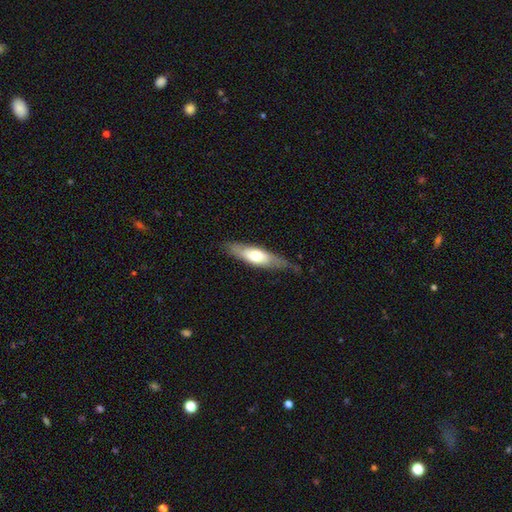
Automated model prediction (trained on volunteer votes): Q: Smooth or featured?
A: smooth (52%); runner-up: featured or disk (43%)
Q: How rounded?
A: cigar-shaped (57%); runner-up: in between (41%)
Q: Merging?
A: none (72%); runner-up: minor disturbance (22%)